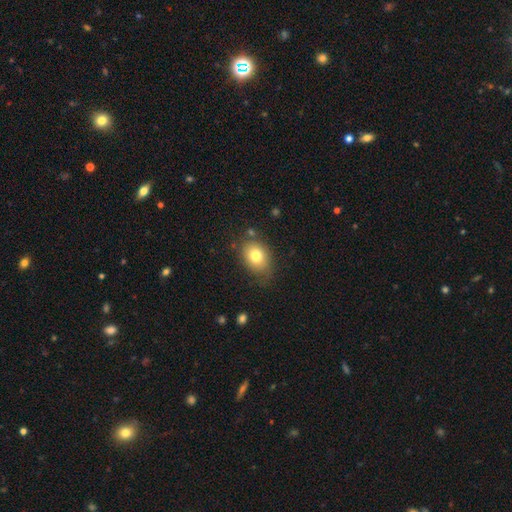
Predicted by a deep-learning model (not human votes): smooth-or-featured: smooth: 77% | featured or disk: 13% | star or artifact: 10%
  how-rounded: in between: 63% | round: 36% | cigar-shaped: 1%
  merging: none: 71% | minor disturbance: 20% | major disturbance: 5% | merger: 3%